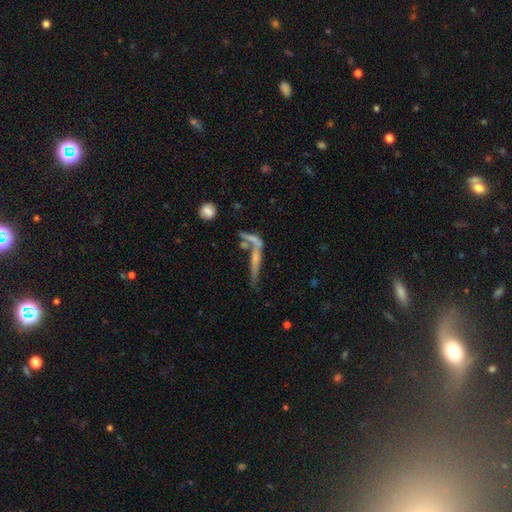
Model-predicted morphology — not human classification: type=featured or disk (54%); edge-on=yes (72%); merging=none (39%).